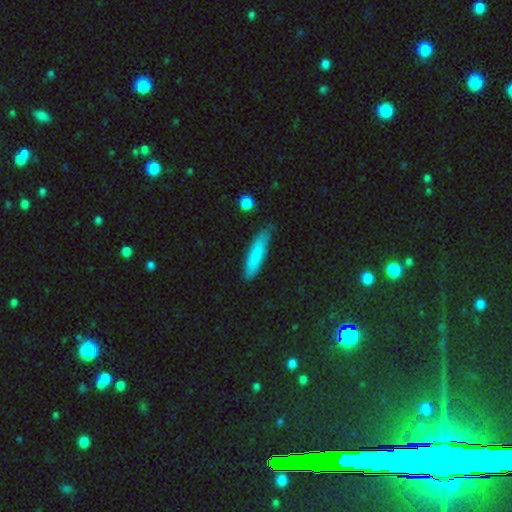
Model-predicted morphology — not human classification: smooth-or-featured: smooth: 82% | featured or disk: 11% | star or artifact: 6%
  how-rounded: cigar-shaped: 81% | in between: 18% | round: 1%
  merging: none: 73% | minor disturbance: 22% | major disturbance: 3% | merger: 2%